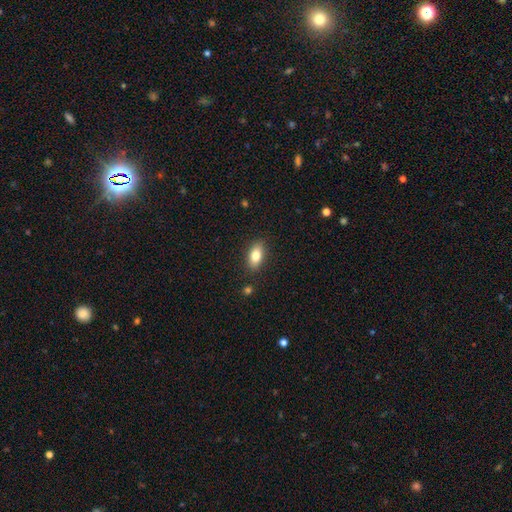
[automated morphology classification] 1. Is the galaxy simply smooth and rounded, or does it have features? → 81% smooth, 11% featured or disk, 7% star or artifact.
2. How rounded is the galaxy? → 88% in between, 7% cigar-shaped, 5% round.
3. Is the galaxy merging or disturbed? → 87% none, 9% minor disturbance, 2% major disturbance, 2% merger.